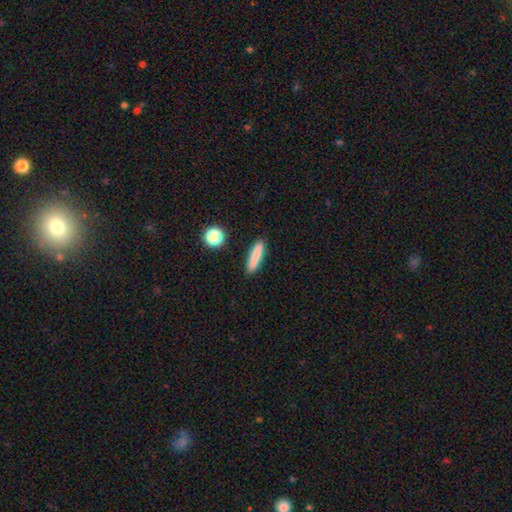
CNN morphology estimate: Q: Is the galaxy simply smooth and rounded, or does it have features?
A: smooth — 82%.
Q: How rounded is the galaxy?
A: cigar-shaped — 86%.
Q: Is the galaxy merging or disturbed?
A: none — 90%.